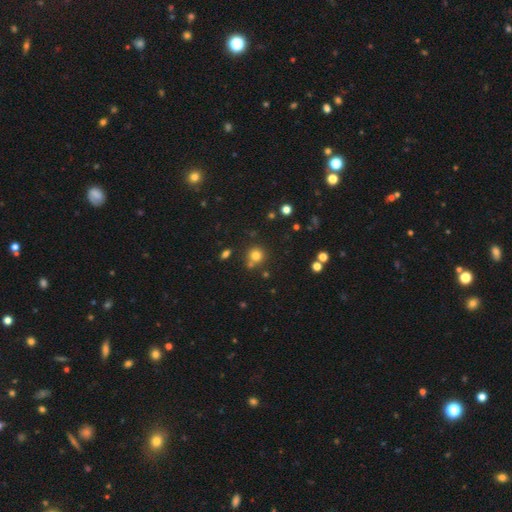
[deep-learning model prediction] This is likely a smooth galaxy (77%). How rounded: clearly round (90%). Merging: likely none (72%).